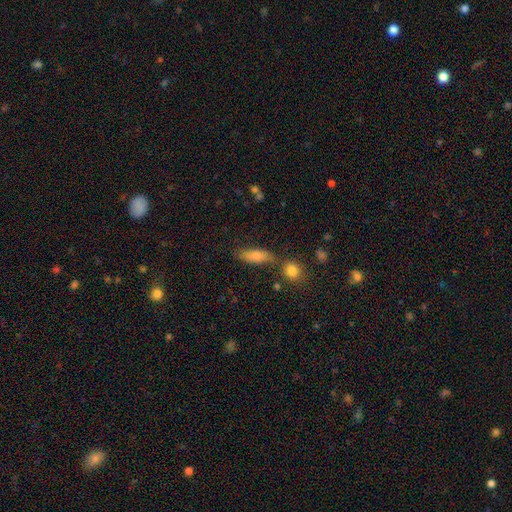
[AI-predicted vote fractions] A smooth galaxy with no disk features (75%) that is in between round and cigar-shaped (65%). Merging: none (64%).